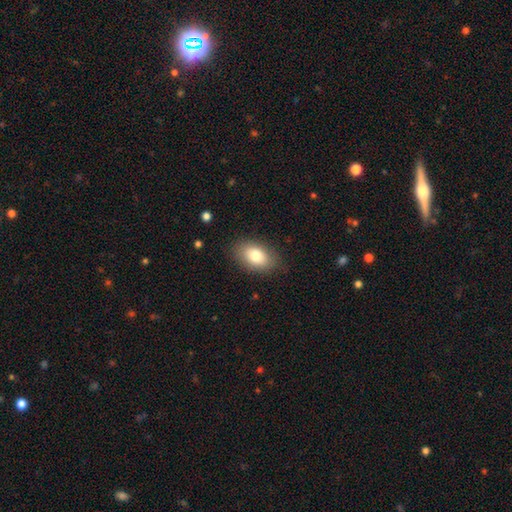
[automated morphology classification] smooth 79%, featured or disk 13%, star or artifact 7%. Down the decision tree: how rounded — in between (89%); merging — none (84%).